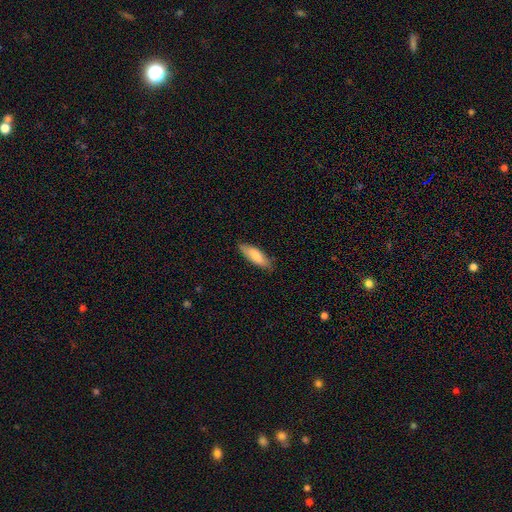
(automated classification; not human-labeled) A smooth galaxy with no disk features (80%) that is in between round and cigar-shaped (55%). Merging: none (82%).